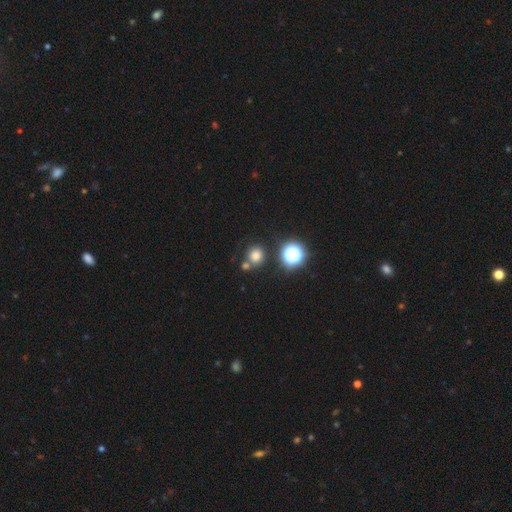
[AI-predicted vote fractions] Smooth or featured? smooth (75%)
How rounded? round (88%)
Merging? none (71%)